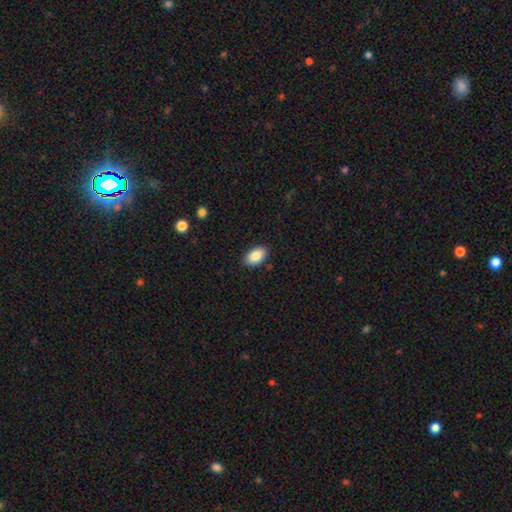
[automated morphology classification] A smooth galaxy with no disk features (87%) that is in between round and cigar-shaped (93%).

Vote fractions:
- Smooth or featured? smooth: 87% / star or artifact: 7% / featured or disk: 6%
- How rounded? in between: 93% / round: 5% / cigar-shaped: 1%
- Merging? none: 88% / minor disturbance: 9% / major disturbance: 2% / merger: 1%